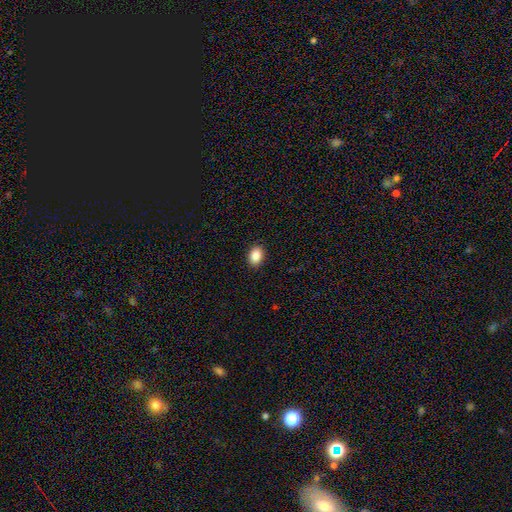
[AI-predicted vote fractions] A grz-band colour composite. It shows a smooth galaxy with no disk features (88%) that is in between round and cigar-shaped (76%). Merging: none (91%).